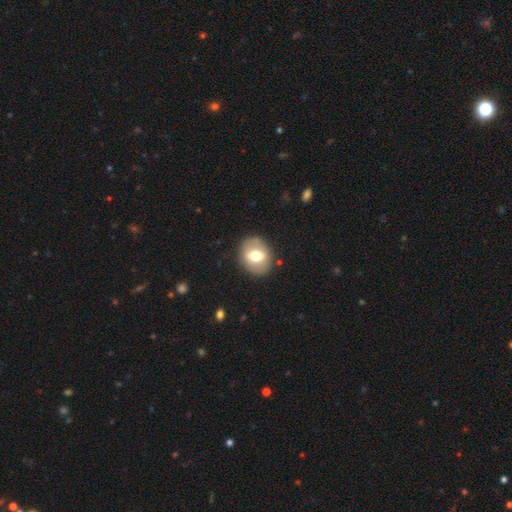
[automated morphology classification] The model was most divided on "how rounded": round: 58%, in between: 41%, cigar-shaped: 1%. More confident: merging — none (85%); smooth or featured — smooth (58%).